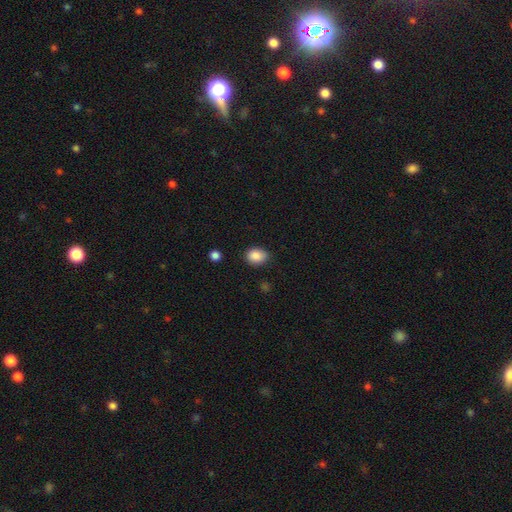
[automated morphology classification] type=smooth (87%); roundness=in between (56%); merging=none (77%).